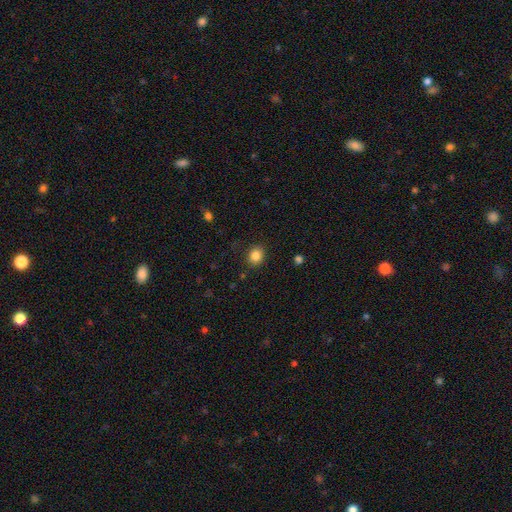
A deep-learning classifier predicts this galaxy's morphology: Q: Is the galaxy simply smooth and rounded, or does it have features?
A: smooth — 85%.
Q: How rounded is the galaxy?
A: round — 63%.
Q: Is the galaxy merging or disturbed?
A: none — 88%.